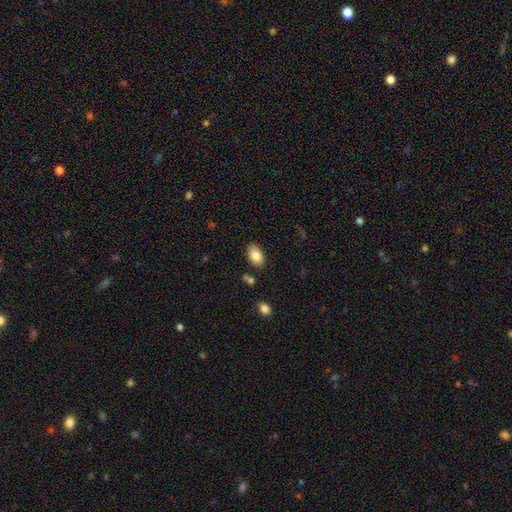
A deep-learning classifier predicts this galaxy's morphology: Overall: smooth (85%). How rounded: in between (92%). Merging: none (83%).